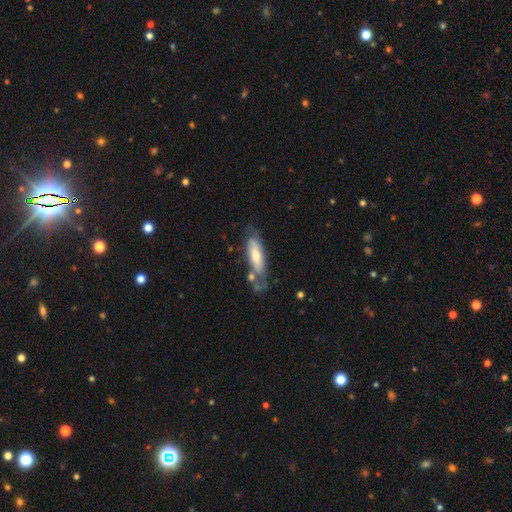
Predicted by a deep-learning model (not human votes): This is possibly a smooth galaxy (56%). How rounded: possibly in between (51%). Merging: possibly none (50%).